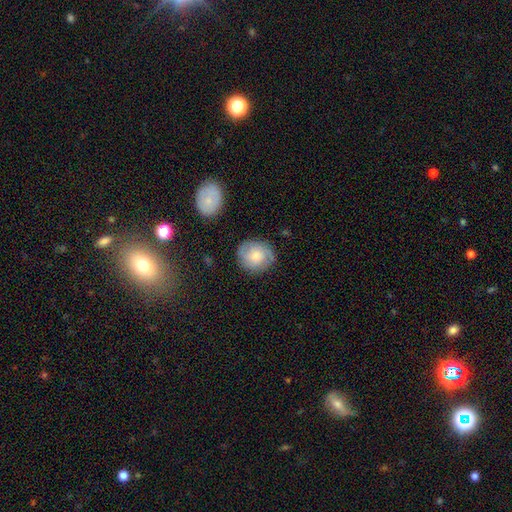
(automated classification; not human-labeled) smooth_or_featured: smooth (p=0.60) [alt: featured or disk p=0.32]
how_rounded: round (p=0.82) [alt: in between p=0.17]
merging: none (p=0.80) [alt: minor disturbance p=0.14]